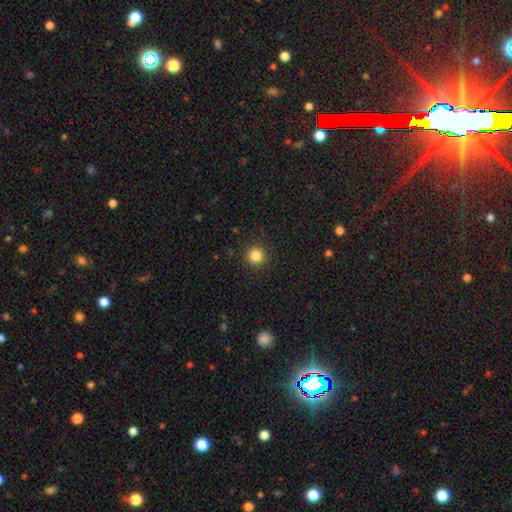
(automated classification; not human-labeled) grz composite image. It shows a smooth galaxy with no disk features (84%) that is round (95%). Merging: none (91%).